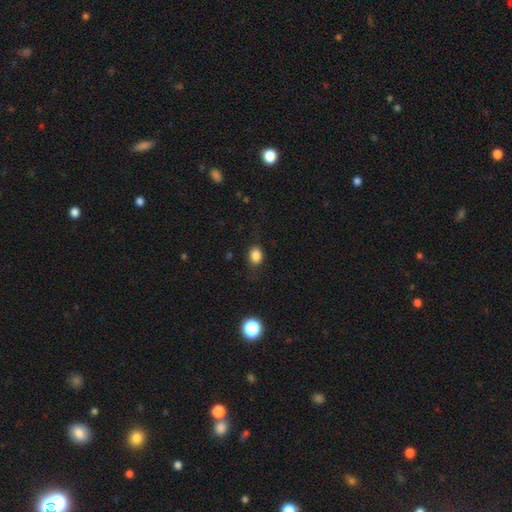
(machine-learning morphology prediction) Smooth or featured? smooth (83%)
How rounded? in between (54%)
Merging? none (79%)